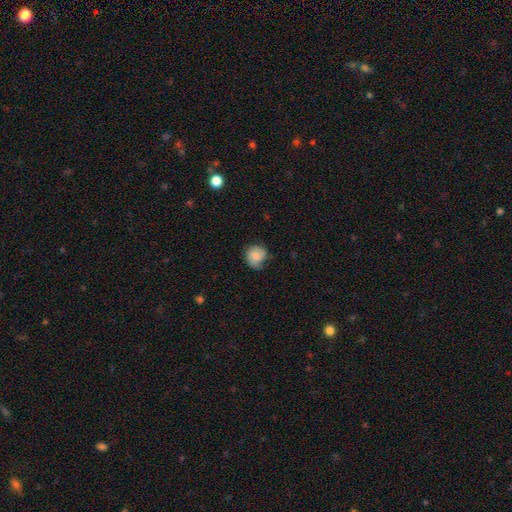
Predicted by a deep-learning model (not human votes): This appears to be a smooth galaxy with no disk features (71%) that is round (80%). Merging: none (58%).